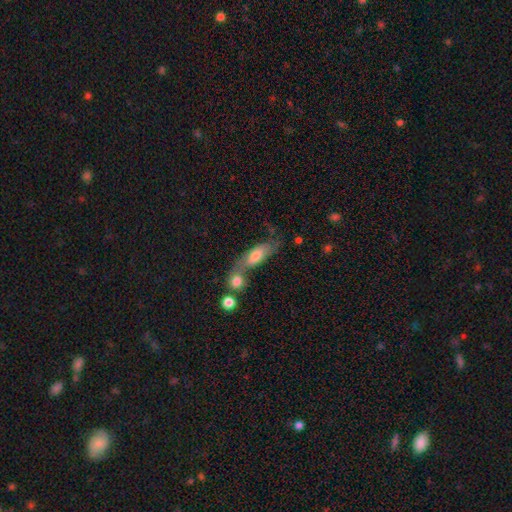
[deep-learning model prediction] smooth-or-featured: smooth: 59% | featured or disk: 33% | star or artifact: 8%
  how-rounded: in between: 66% | cigar-shaped: 29% | round: 5%
  merging: merger: 44% | none: 32% | minor disturbance: 15% | major disturbance: 9%